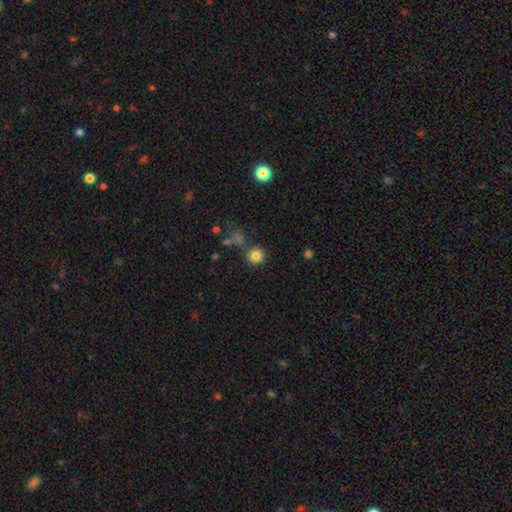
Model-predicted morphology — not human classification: Smooth or featured?
  - smooth: 82% *
  - star or artifact: 12%
  - featured or disk: 6%
How rounded?
  - round: 93% *
  - in between: 6%
  - cigar-shaped: 1%
Merging?
  - none: 79% *
  - minor disturbance: 9%
  - merger: 8%
  - major disturbance: 4%